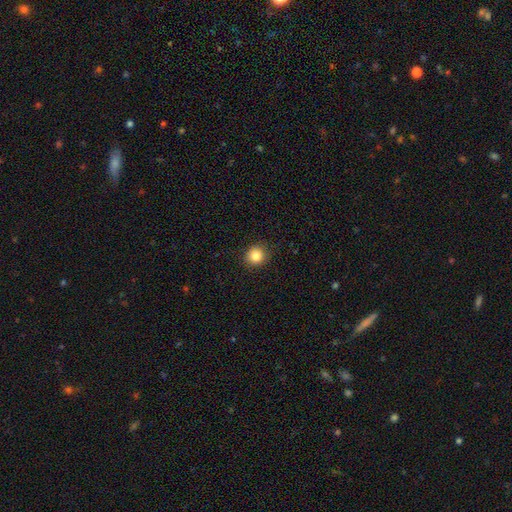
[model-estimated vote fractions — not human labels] Smooth or featured? Predicted: smooth (p=0.84). How rounded? Predicted: round (p=0.90). Merging? Predicted: none (p=0.91).